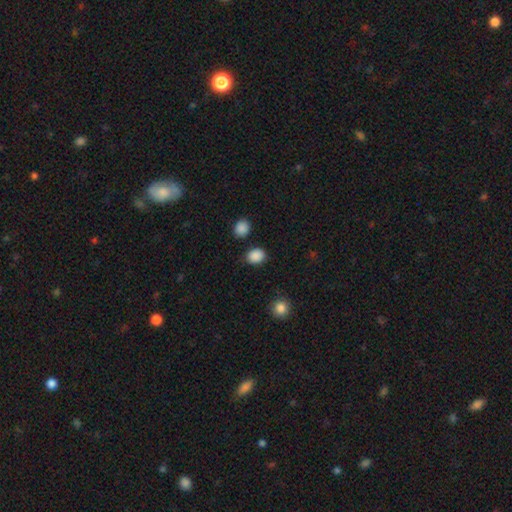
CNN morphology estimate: A smooth galaxy with no disk features (88%) that is in between round and cigar-shaped (55%). Merging: none (83%).